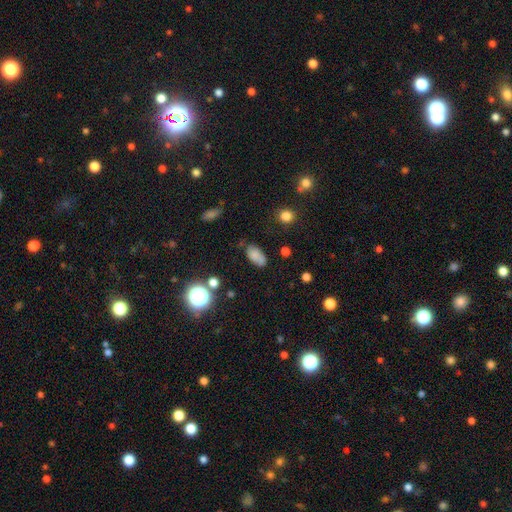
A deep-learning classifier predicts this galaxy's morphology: smooth 76%, star or artifact 13%, featured or disk 11%. Down the decision tree: how rounded — in between (91%); merging — none (67%).